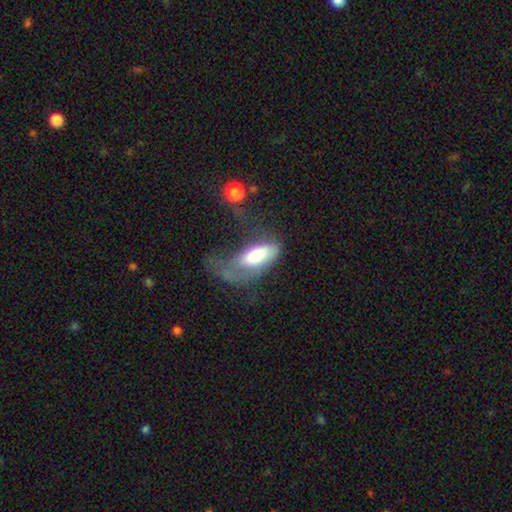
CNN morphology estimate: A smooth galaxy with no disk features (69%) that is in between round and cigar-shaped (82%).

Vote fractions:
- Smooth or featured? smooth: 69% / featured or disk: 24% / star or artifact: 7%
- How rounded? in between: 82% / cigar-shaped: 15% / round: 2%
- Merging? major disturbance: 54% / minor disturbance: 22% / none: 18% / merger: 6%